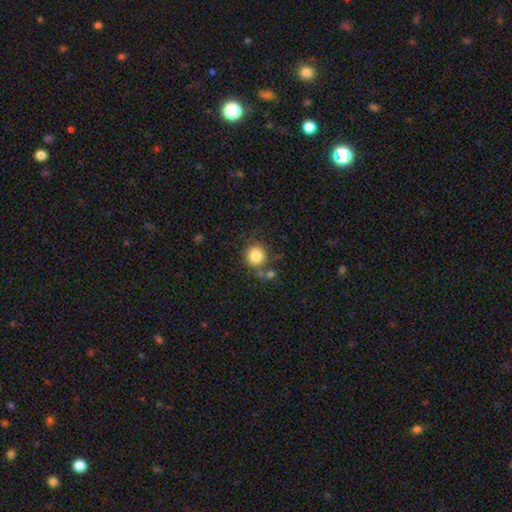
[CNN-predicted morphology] Overall: smooth (83%). How rounded: round (92%). Merging: none (71%).